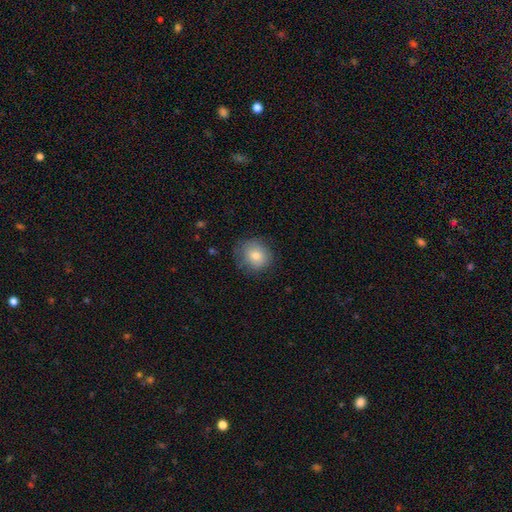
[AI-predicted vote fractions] This is likely a smooth galaxy (77%). How rounded: clearly round (83%). Merging: likely none (78%).